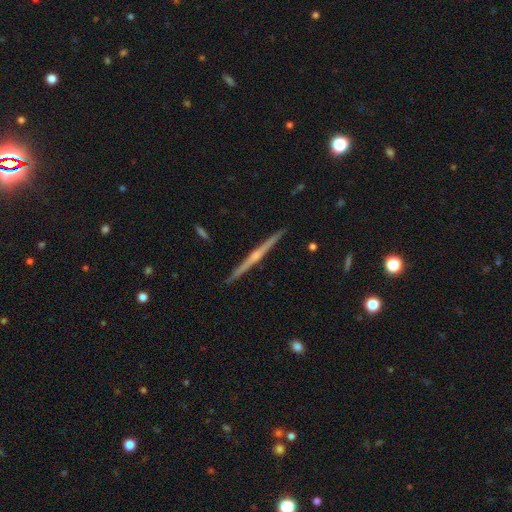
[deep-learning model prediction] featured or disk 81%, smooth 14%, star or artifact 5%. Down the decision tree: edge-on disk — yes (99%); edge-on bulge — rounded (72%); merging — none (93%).